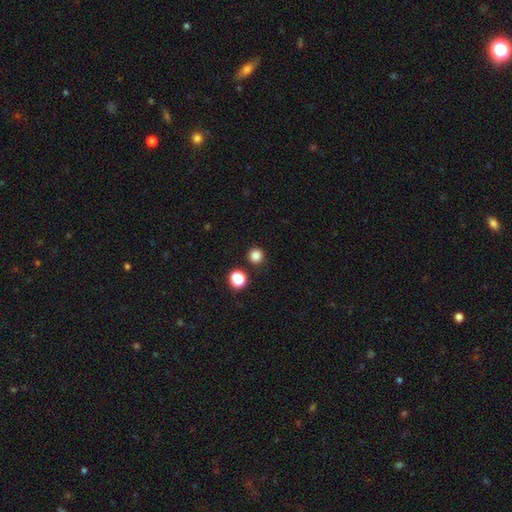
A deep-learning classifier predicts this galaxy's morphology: smooth-or-featured: smooth: 83% | star or artifact: 13% | featured or disk: 3%
  how-rounded: round: 95% | in between: 4% | cigar-shaped: 1%
  merging: none: 90% | minor disturbance: 5% | merger: 3% | major disturbance: 2%